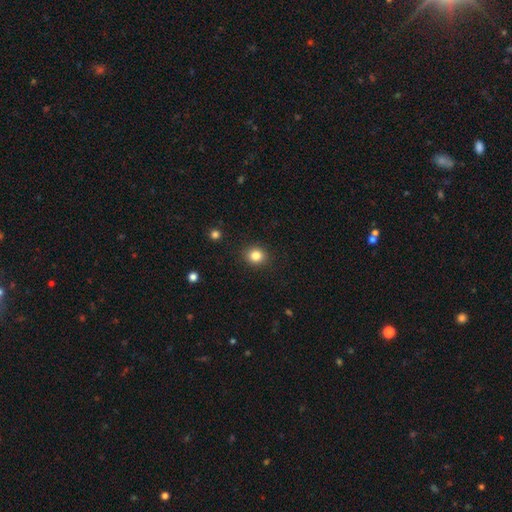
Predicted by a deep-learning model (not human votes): Smooth or featured: smooth — 83% (star or artifact — 11%)
How rounded: round — 82% (in between — 18%)
Merging: none — 91% (minor disturbance — 6%)